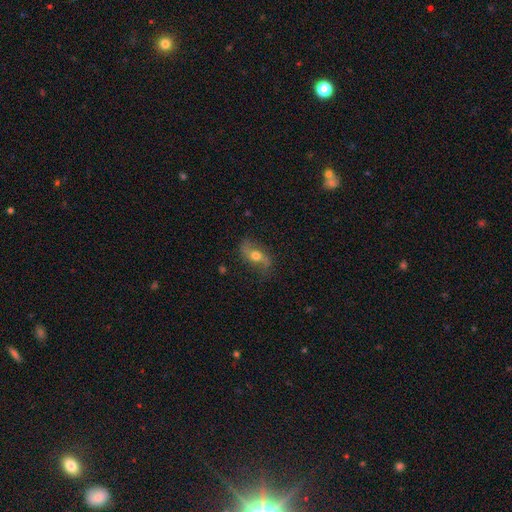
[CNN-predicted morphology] This is likely a featured or disk galaxy (67%). It is clearly not viewed edge-on (85%). Bar: possibly no (56%). Spiral arm pattern: clearly yes (85%). Central bulge: likely moderate (71%). Merging: likely none (75%).